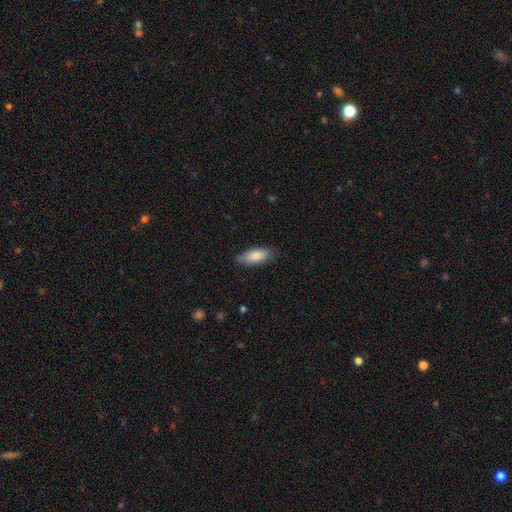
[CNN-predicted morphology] smooth 84%, featured or disk 10%, star or artifact 6%. Down the decision tree: how rounded — in between (77%); merging — none (79%).